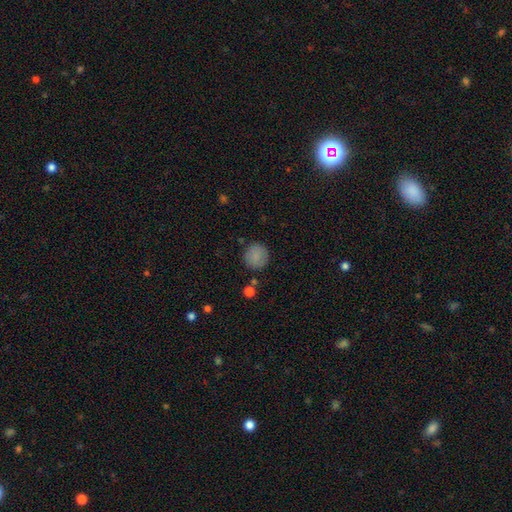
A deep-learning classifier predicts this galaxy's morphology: Smooth or featured? smooth (85%)
How rounded? round (90%)
Merging? none (83%)